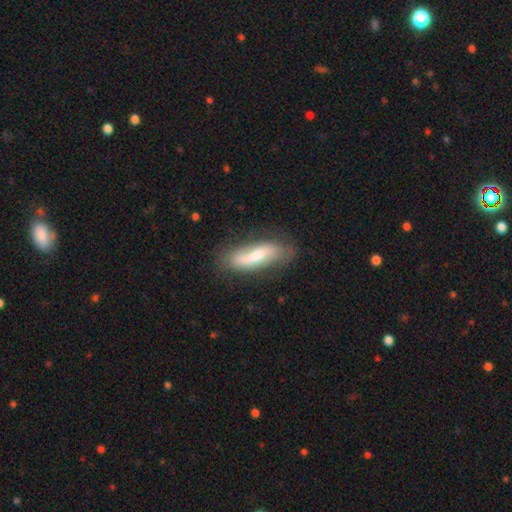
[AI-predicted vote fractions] The model was most divided on "smooth or featured": smooth: 48%, featured or disk: 45%, star or artifact: 7%. More confident: merging — none (71%).